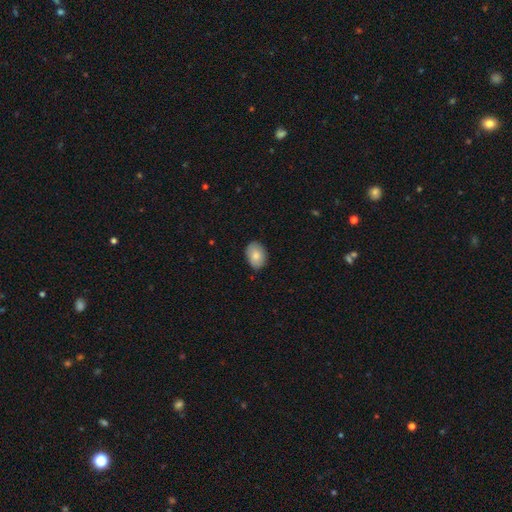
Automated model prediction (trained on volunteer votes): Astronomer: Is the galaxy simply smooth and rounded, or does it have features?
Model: smooth — 79%.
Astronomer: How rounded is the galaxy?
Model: in between — 77%.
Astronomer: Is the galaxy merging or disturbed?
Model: none — 81%.